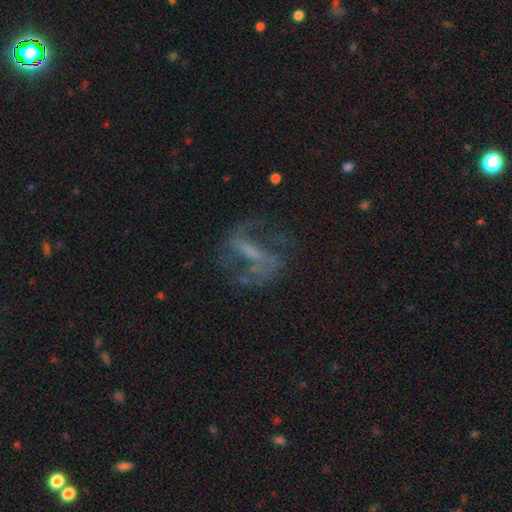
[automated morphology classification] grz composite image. It shows a featured or disk galaxy (65%) with a strong bar (45%), spiral arms (77%) and a small central bulge (47%). Merging: none (65%).